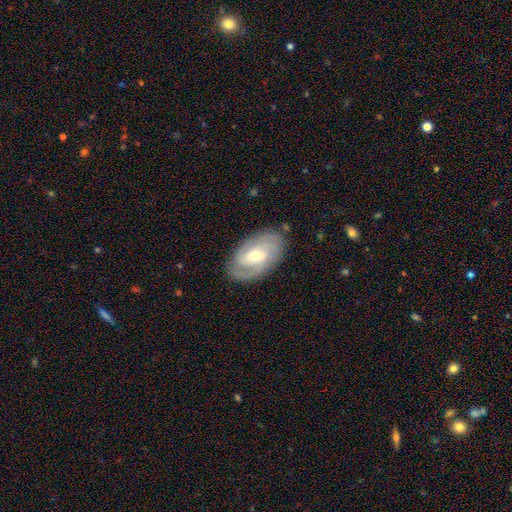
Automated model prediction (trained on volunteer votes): This is likely a featured or disk galaxy (77%). It is clearly not viewed edge-on (95%). Bar: marginally weak (43%). Spiral arm pattern: clearly yes (91%). Spiral arm count: possibly 2 (48%). Spiral winding: possibly tight (55%). Central bulge: possibly moderate (49%). Merging: clearly none (80%).